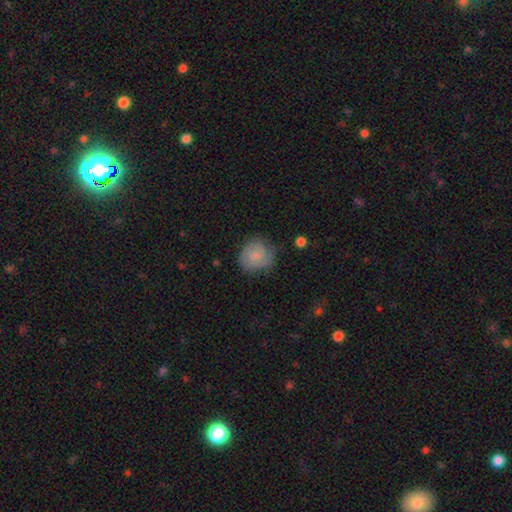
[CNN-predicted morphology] Smooth or featured? smooth (55%)
How rounded? round (71%)
Merging? none (64%)